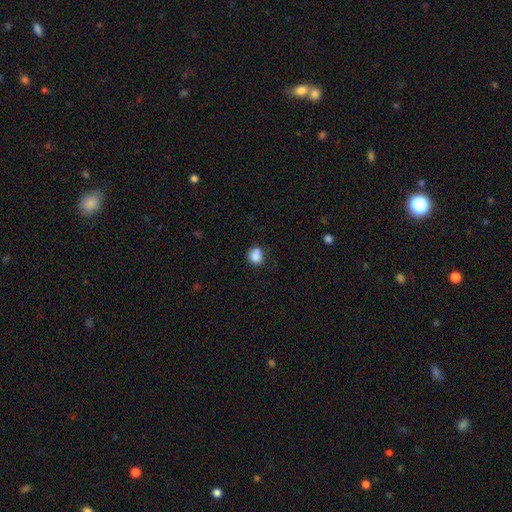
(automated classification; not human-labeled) Smooth or featured?
  - smooth: 83% *
  - star or artifact: 10%
  - featured or disk: 7%
How rounded?
  - round: 69% *
  - in between: 30%
  - cigar-shaped: 1%
Merging?
  - none: 57% *
  - minor disturbance: 21%
  - merger: 15%
  - major disturbance: 6%